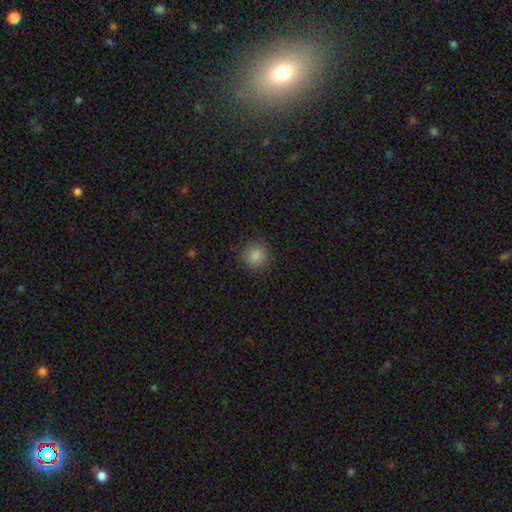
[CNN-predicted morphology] type=smooth (86%); roundness=round (89%); merging=none (87%).